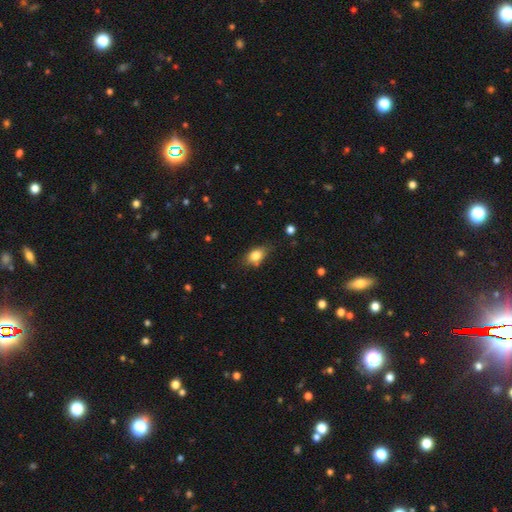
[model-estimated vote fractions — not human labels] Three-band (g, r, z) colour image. It shows a smooth galaxy with no disk features (81%) that is in between round and cigar-shaped (80%). Merging: none (68%).